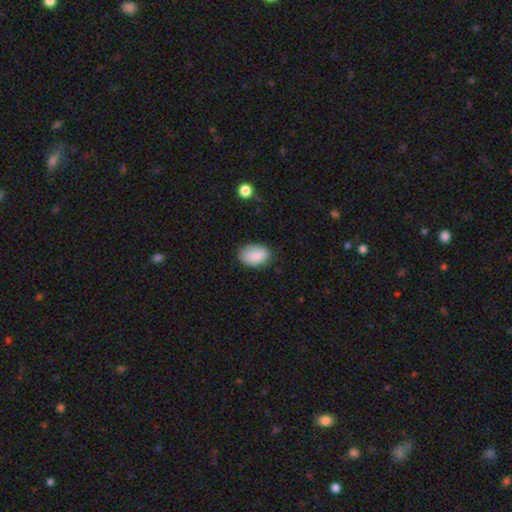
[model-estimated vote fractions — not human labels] Smooth or featured: smooth — 88% (star or artifact — 7%)
How rounded: in between — 88% (round — 11%)
Merging: none — 77% (minor disturbance — 18%)